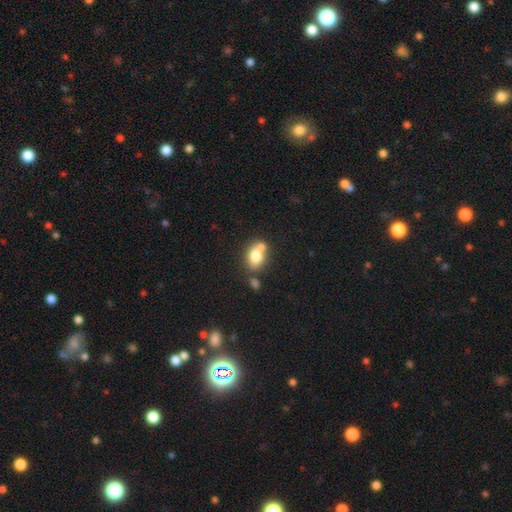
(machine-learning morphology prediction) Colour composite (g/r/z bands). It shows a smooth galaxy with no disk features (75%) that is in between round and cigar-shaped (60%). Merging: none (46%).